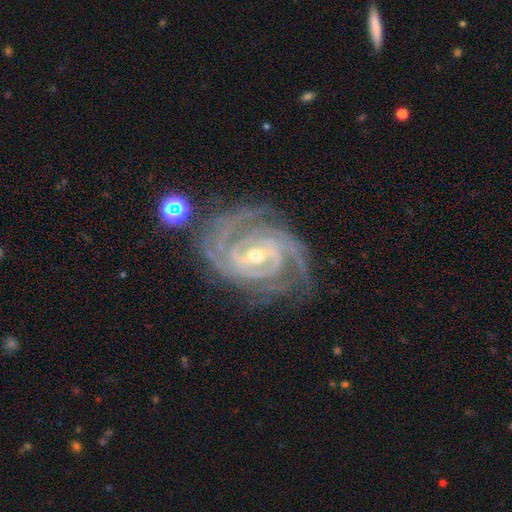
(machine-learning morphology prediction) type=featured or disk (92%); edge-on=no (97%); bar=weak (43%); spiral arms=yes (99%); winding=tight (75%); arm count=3 (30%); bulge=small (56%); merging=none (73%).